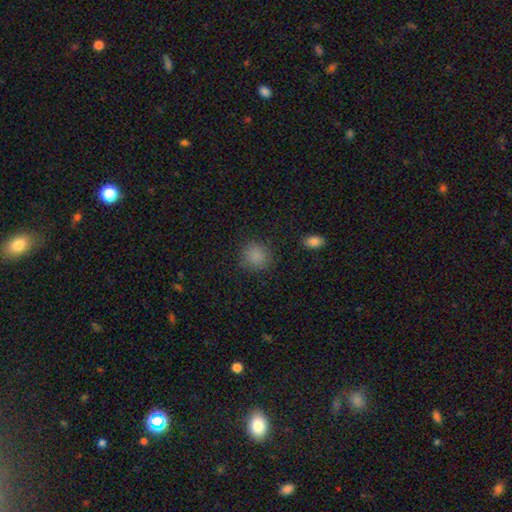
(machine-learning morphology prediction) Smooth or featured?
  - smooth: 85% *
  - star or artifact: 11%
  - featured or disk: 4%
How rounded?
  - round: 86% *
  - in between: 13%
  - cigar-shaped: 1%
Merging?
  - none: 86% *
  - minor disturbance: 9%
  - major disturbance: 3%
  - merger: 1%